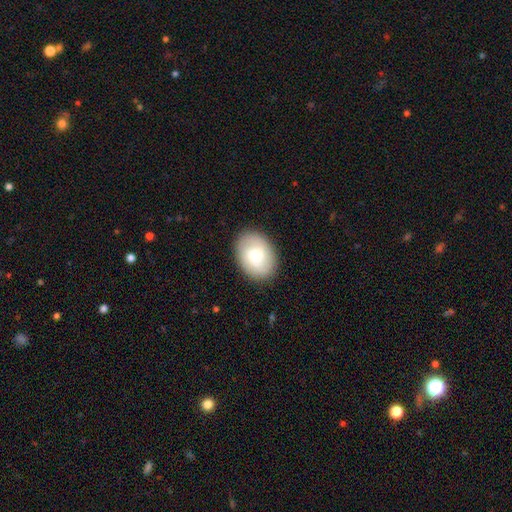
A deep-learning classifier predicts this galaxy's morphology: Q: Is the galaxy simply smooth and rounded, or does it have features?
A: smooth — 66%.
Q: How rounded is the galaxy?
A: in between — 72%.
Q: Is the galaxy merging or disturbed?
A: none — 87%.